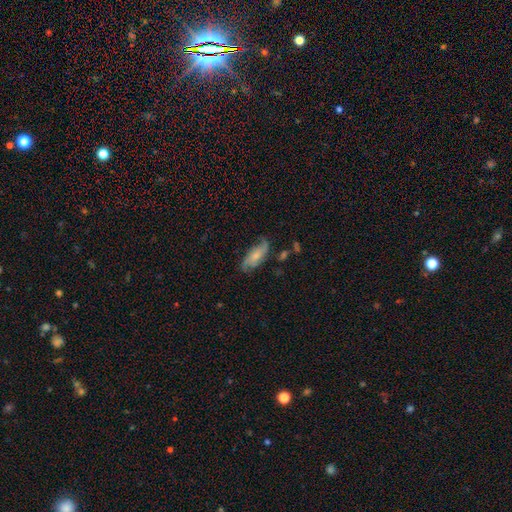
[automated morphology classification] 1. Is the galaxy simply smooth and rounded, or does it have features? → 54% featured or disk, 39% smooth, 7% star or artifact.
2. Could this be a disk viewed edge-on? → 89% no, 11% yes.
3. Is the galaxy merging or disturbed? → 67% none, 22% minor disturbance, 8% major disturbance, 3% merger.